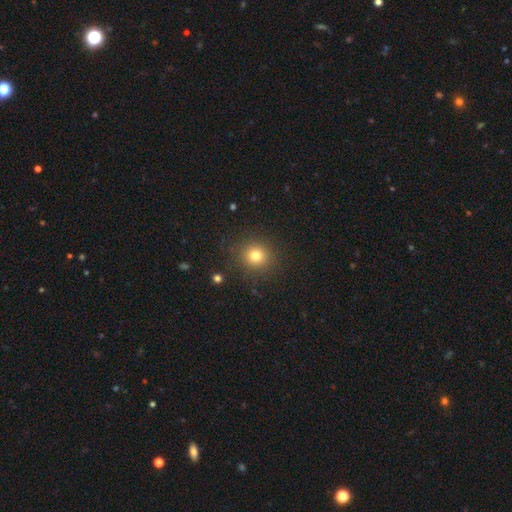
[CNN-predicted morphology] type=smooth (78%); roundness=round (90%); merging=none (89%).